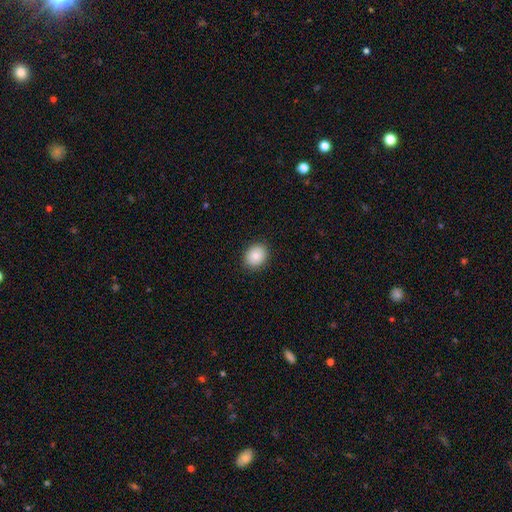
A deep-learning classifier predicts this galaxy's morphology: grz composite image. It shows a smooth galaxy with no disk features (85%) that is round (61%). Merging: none (90%).